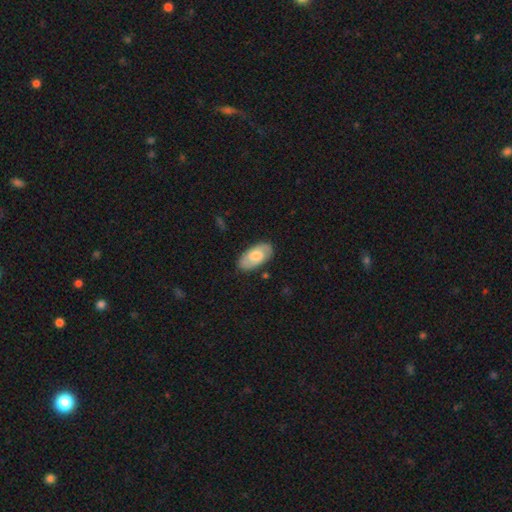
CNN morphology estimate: This appears to be a smooth galaxy with no disk features (61%) that is in between round and cigar-shaped (95%). Merging: none (84%).